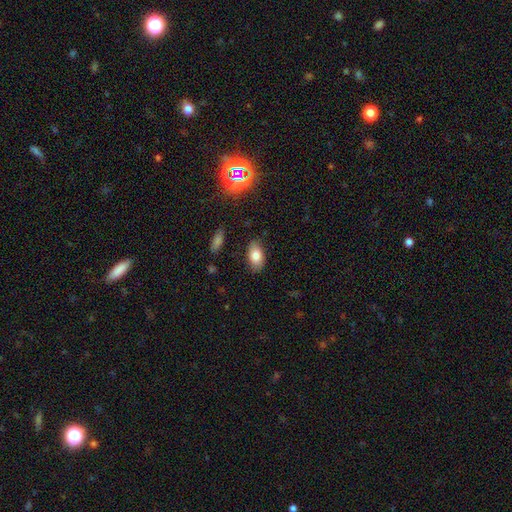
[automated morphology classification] A smooth galaxy with no disk features (80%) that is in between round and cigar-shaped (91%).

Vote fractions:
- Smooth or featured? smooth: 80% / featured or disk: 11% / star or artifact: 9%
- How rounded? in between: 91% / round: 6% / cigar-shaped: 2%
- Merging? none: 83% / minor disturbance: 13% / major disturbance: 3% / merger: 2%